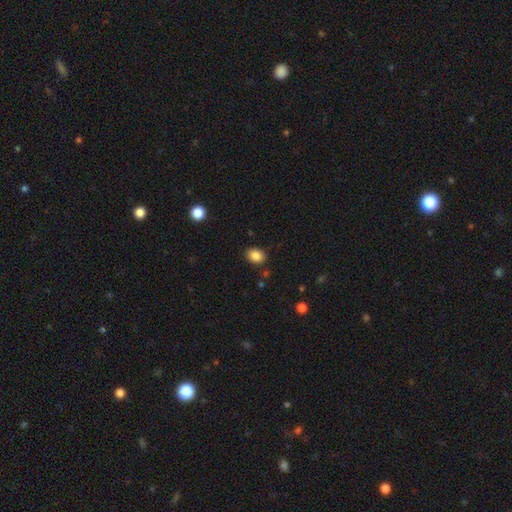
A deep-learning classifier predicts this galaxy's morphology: The model was most divided on "how rounded": in between: 63%, round: 36%, cigar-shaped: 1%. More confident: merging — none (86%); smooth or featured — smooth (86%).